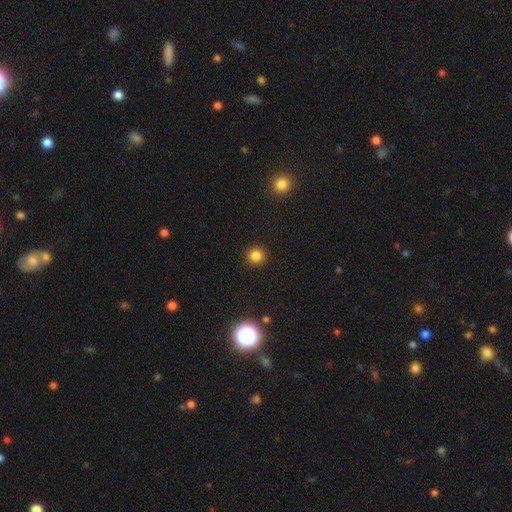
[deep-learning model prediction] Smooth or featured?
  - smooth: 82% *
  - star or artifact: 14%
  - featured or disk: 4%
How rounded?
  - round: 94% *
  - in between: 5%
  - cigar-shaped: 1%
Merging?
  - none: 92% *
  - minor disturbance: 5%
  - major disturbance: 2%
  - merger: 1%